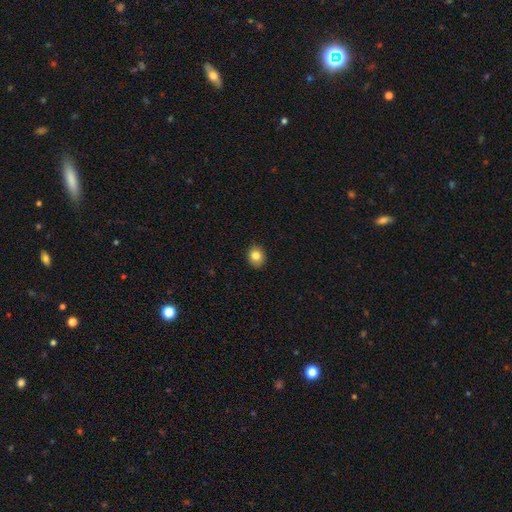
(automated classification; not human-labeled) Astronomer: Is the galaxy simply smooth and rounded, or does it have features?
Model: smooth — 83%.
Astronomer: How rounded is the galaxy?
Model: round — 72%.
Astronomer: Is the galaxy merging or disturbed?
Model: none — 87%.